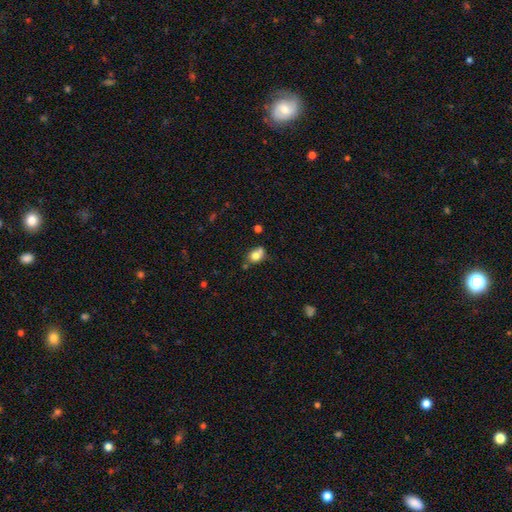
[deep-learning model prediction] The model was most divided on "how rounded": round: 54%, in between: 44%, cigar-shaped: 2%. Remaining: smooth or featured — smooth (75%); merging — none (44%).